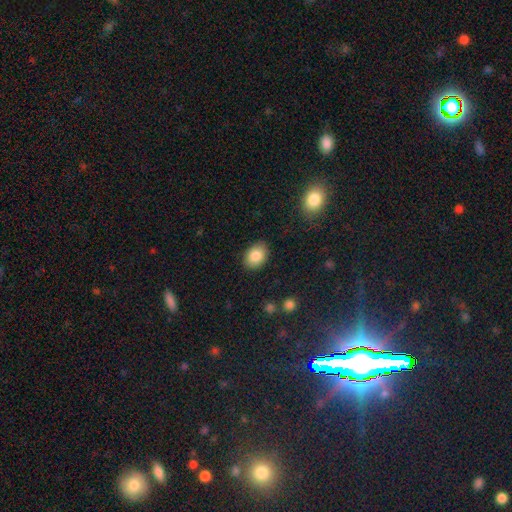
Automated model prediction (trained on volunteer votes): The model was most divided on "how rounded": in between: 76%, round: 23%, cigar-shaped: 1%. More confident: merging — none (86%); smooth or featured — smooth (85%).